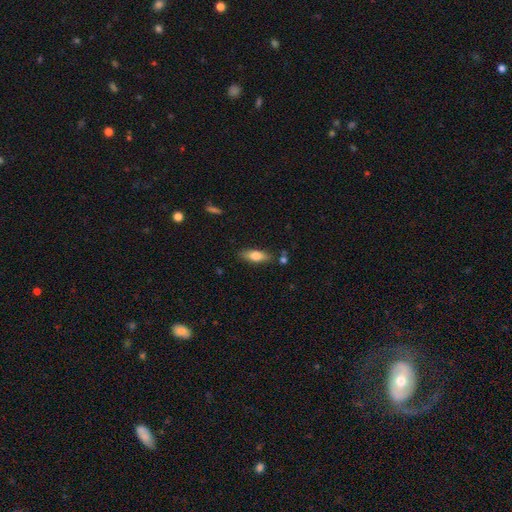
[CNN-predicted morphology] Smooth or featured: smooth — 72% (featured or disk — 21%)
How rounded: in between — 64% (cigar-shaped — 33%)
Merging: none — 81% (minor disturbance — 13%)